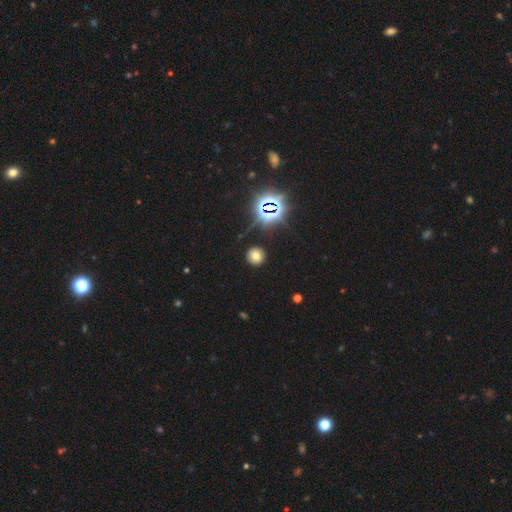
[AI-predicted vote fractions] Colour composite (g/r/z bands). It shows a smooth galaxy with no disk features (64%) that is round (93%). Merging: none (88%).